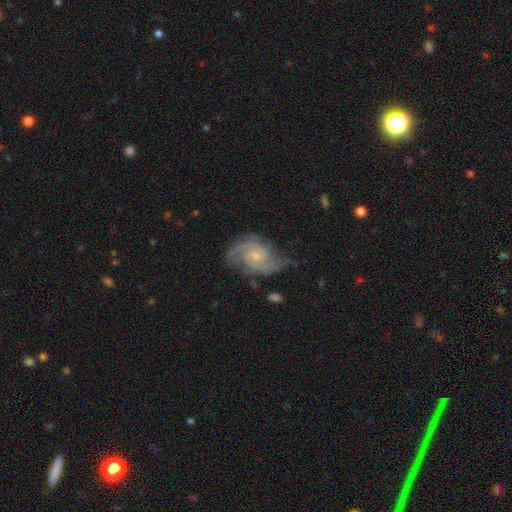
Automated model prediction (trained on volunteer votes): Morphology: type=featured or disk (85%); edge-on=no (97%); bar=no (73%); spiral arms=yes (96%); winding=medium (47%); arm count=2 (71%); bulge=small (71%); merging=none (63%).